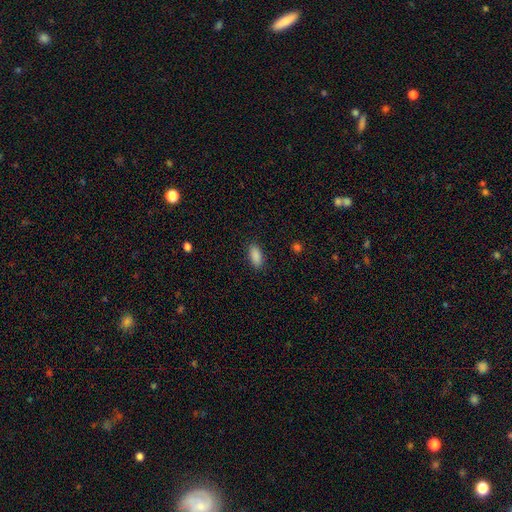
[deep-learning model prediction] Smooth or featured? Predicted: smooth (p=0.89). How rounded? Predicted: in between (p=0.85). Merging? Predicted: none (p=0.88).